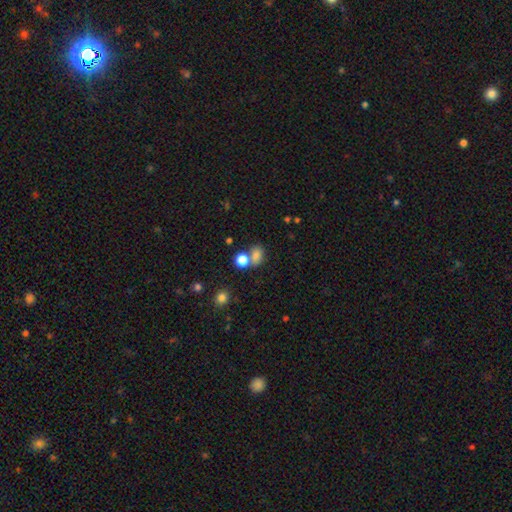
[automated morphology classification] smooth-or-featured: smooth: 77% | star or artifact: 14% | featured or disk: 9%
  how-rounded: in between: 53% | round: 46% | cigar-shaped: 1%
  merging: none: 47% | merger: 37% | minor disturbance: 11% | major disturbance: 5%